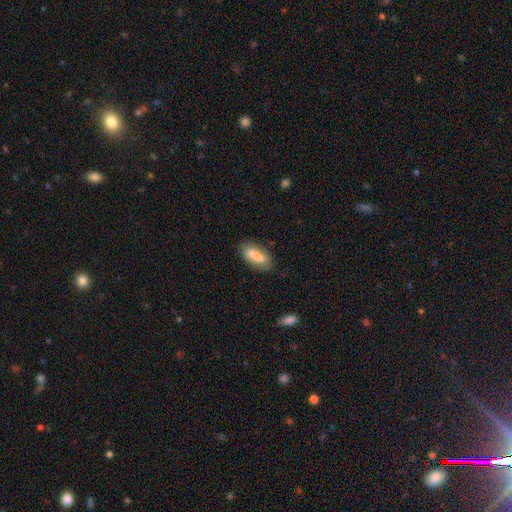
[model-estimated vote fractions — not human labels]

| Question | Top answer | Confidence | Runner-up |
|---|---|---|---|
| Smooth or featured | smooth | 84% | featured or disk (10%) |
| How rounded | in between | 75% | cigar-shaped (22%) |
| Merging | none | 78% | minor disturbance (16%) |